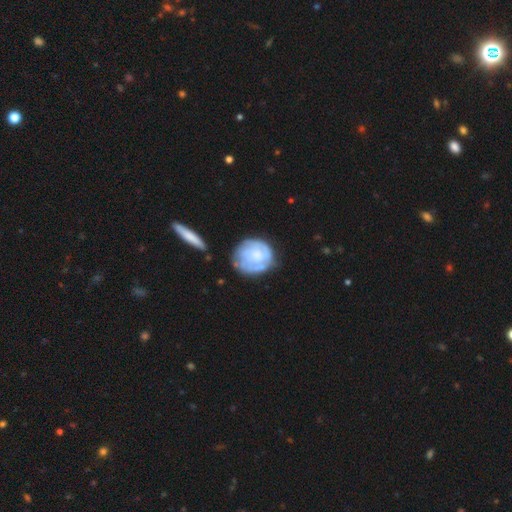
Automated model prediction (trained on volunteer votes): featured or disk 55%, smooth 39%, star or artifact 6%. Down the decision tree: edge-on disk — no (98%); bar — no (80%); spiral arms — yes (66%); bulge size — none (42%); merging — none (60%).